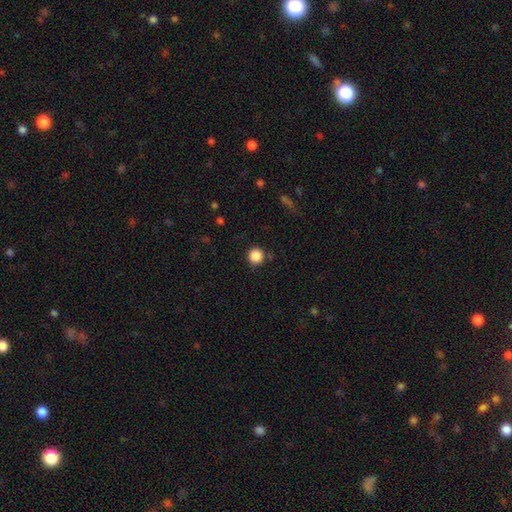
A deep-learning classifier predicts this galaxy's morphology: Smooth or featured? smooth (87%)
How rounded? round (95%)
Merging? none (86%)